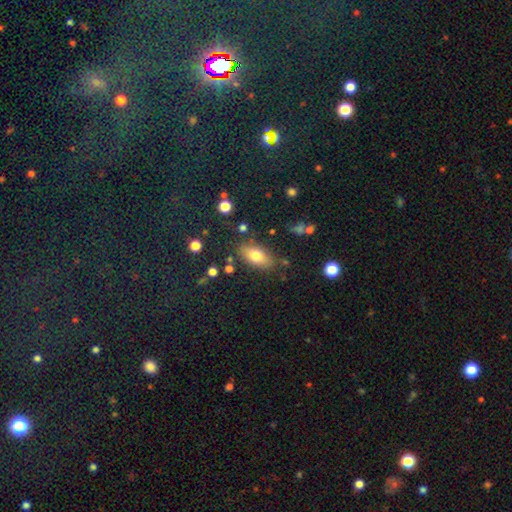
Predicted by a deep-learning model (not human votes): Smooth or featured? smooth (74%)
How rounded? in between (85%)
Merging? none (80%)